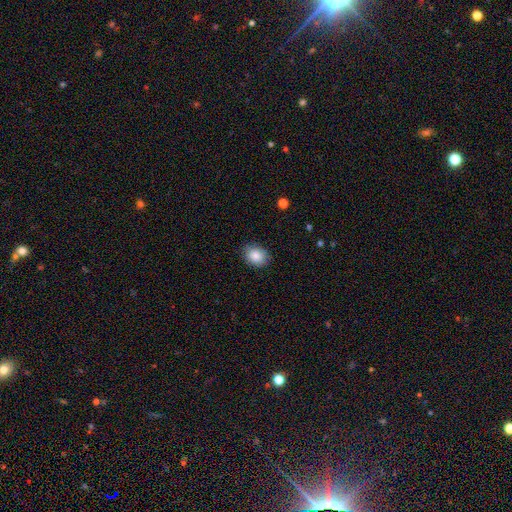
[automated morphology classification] smooth-or-featured: smooth: 86% | star or artifact: 8% | featured or disk: 6%
  how-rounded: in between: 53% | round: 46% | cigar-shaped: 1%
  merging: none: 84% | minor disturbance: 13% | major disturbance: 3% | merger: 1%